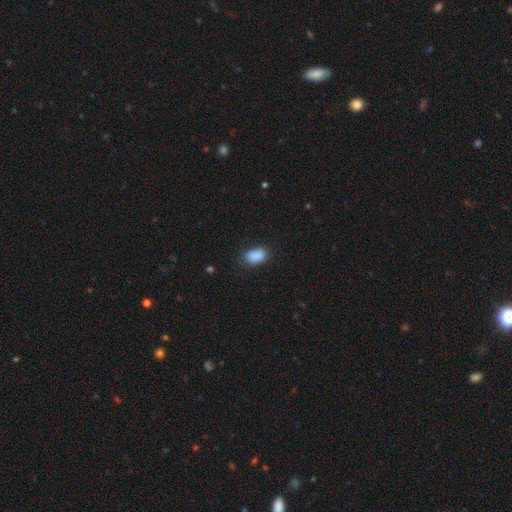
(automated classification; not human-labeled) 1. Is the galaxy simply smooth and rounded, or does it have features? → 88% smooth, 8% star or artifact, 3% featured or disk.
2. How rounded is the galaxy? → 87% in between, 12% round, 2% cigar-shaped.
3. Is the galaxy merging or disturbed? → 78% none, 17% minor disturbance, 4% major disturbance, 1% merger.